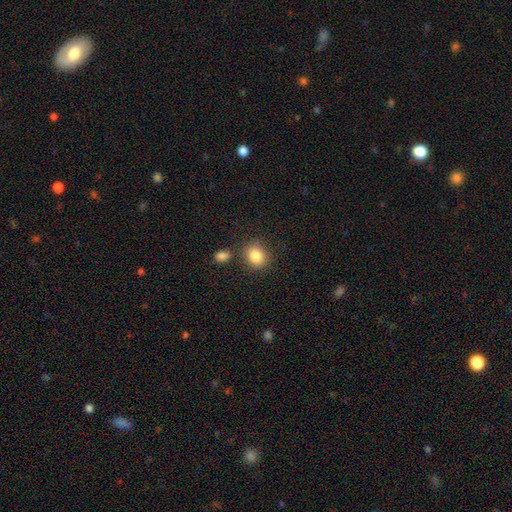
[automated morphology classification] Smooth or featured? smooth (86%)
How rounded? round (65%)
Merging? none (74%)